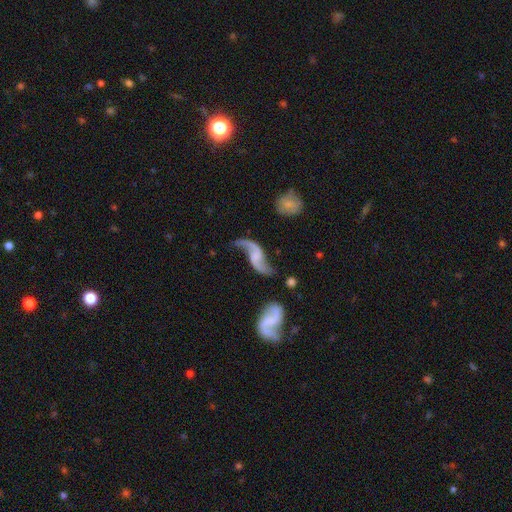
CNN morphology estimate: This is clearly a featured or disk galaxy (88%). It is clearly not viewed edge-on (96%). Bar: possibly no (49%). Spiral arm pattern: clearly yes (96%). Spiral arm count: clearly 2 (93%). Spiral winding: clearly loose (90%). Central bulge: marginally none (44%). Merging: likely none (63%).